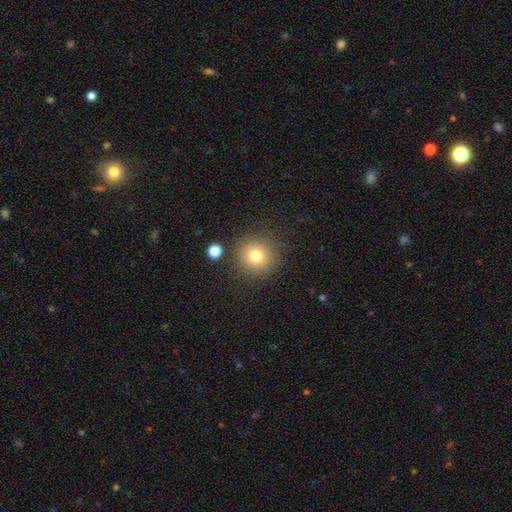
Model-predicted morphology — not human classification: A smooth galaxy with no disk features (78%) that is round (93%).

Vote fractions:
- Smooth or featured? smooth: 78% / star or artifact: 13% / featured or disk: 9%
- How rounded? round: 93% / in between: 6% / cigar-shaped: 1%
- Merging? none: 85% / minor disturbance: 8% / merger: 4% / major disturbance: 3%